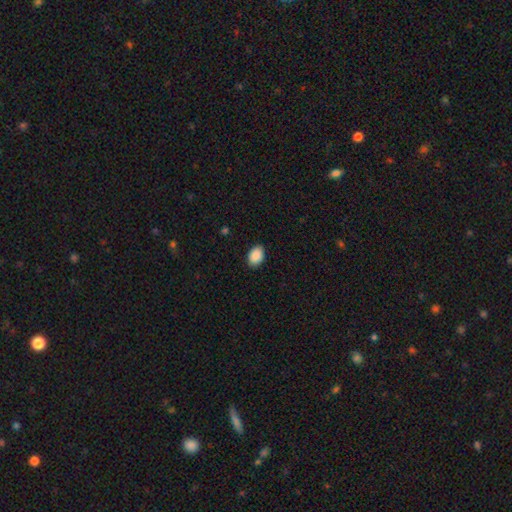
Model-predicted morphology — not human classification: The model was most divided on "how rounded": in between: 81%, round: 18%, cigar-shaped: 1%. More confident: smooth or featured — smooth (90%); merging — none (88%).